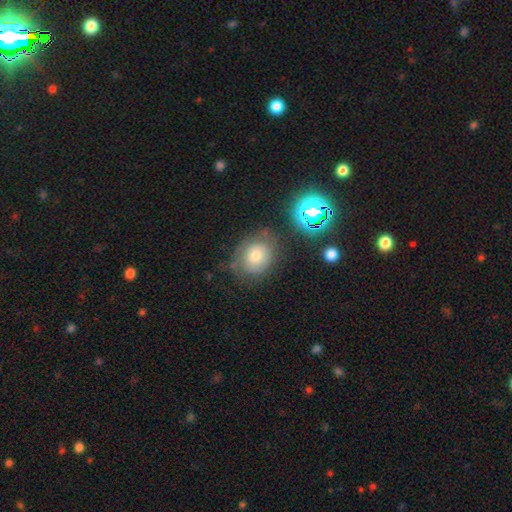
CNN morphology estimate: smooth_or_featured: smooth (p=0.67) [alt: featured or disk p=0.19]
how_rounded: round (p=0.61) [alt: in between p=0.38]
merging: none (p=0.66) [alt: minor disturbance p=0.21]